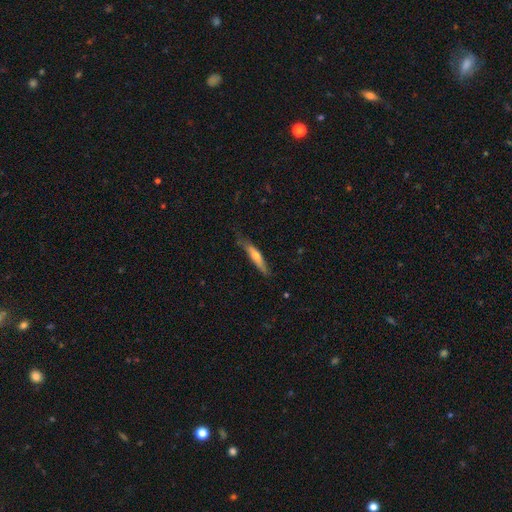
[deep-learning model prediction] A featured or disk galaxy (47%). Merging: none (70%).